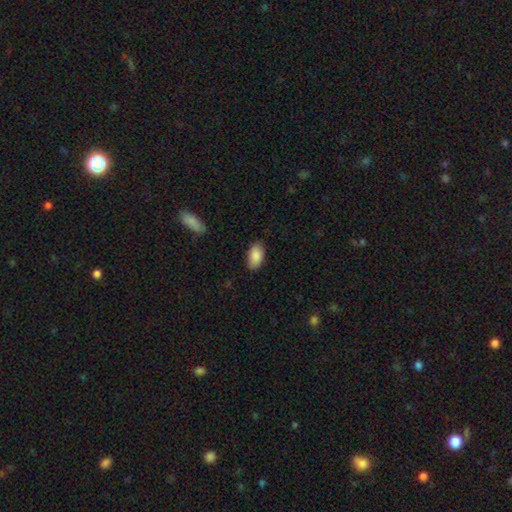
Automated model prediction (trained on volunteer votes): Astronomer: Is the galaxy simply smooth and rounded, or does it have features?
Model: smooth — 87%.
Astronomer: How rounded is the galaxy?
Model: in between — 94%.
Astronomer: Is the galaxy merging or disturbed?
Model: none — 83%.